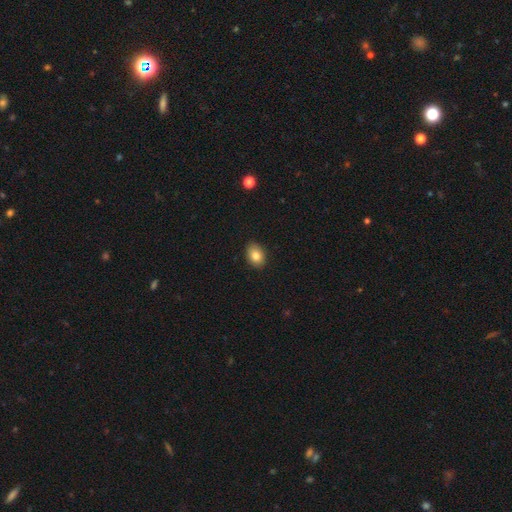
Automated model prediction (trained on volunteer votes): This is clearly a smooth galaxy (83%). How rounded: likely in between (79%). Merging: clearly none (88%).